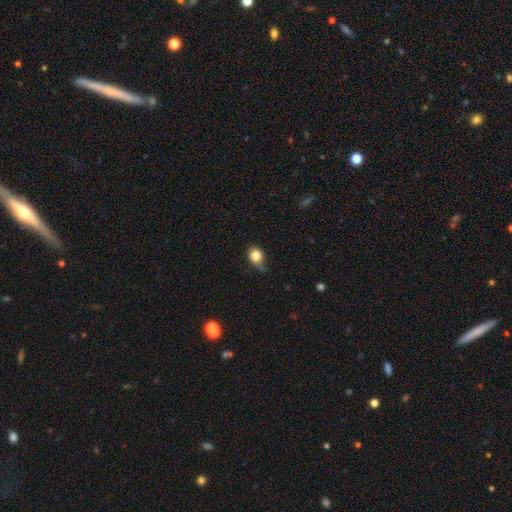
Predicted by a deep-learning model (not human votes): Smooth or featured? Predicted: smooth (p=0.81). How rounded? Predicted: round (p=0.58). Merging? Predicted: minor disturbance (p=0.39, tied with none).